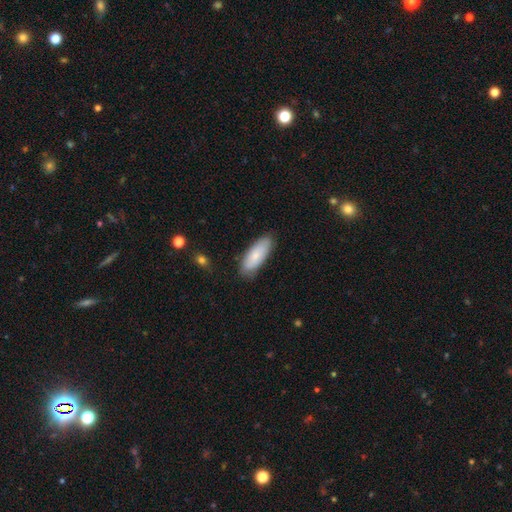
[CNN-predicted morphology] A smooth galaxy with no disk features (75%) that is in between round and cigar-shaped (73%).

Vote fractions:
- Smooth or featured? smooth: 75% / featured or disk: 19% / star or artifact: 6%
- How rounded? in between: 73% / cigar-shaped: 25% / round: 2%
- Merging? none: 80% / minor disturbance: 16% / major disturbance: 3% / merger: 1%